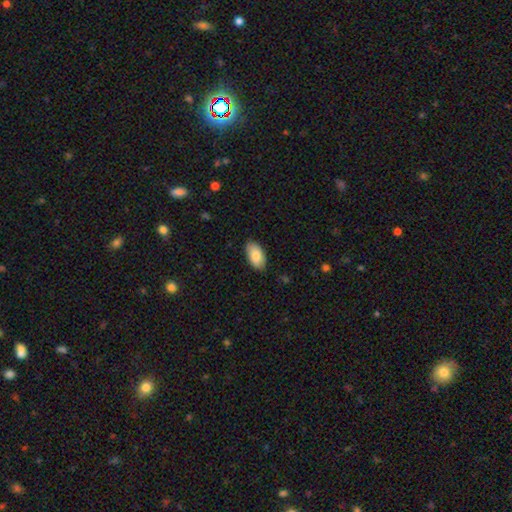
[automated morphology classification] Smooth or featured?
  - smooth: 85% *
  - featured or disk: 9%
  - star or artifact: 6%
How rounded?
  - in between: 95% *
  - round: 3%
  - cigar-shaped: 2%
Merging?
  - none: 86% *
  - minor disturbance: 11%
  - major disturbance: 2%
  - merger: 1%